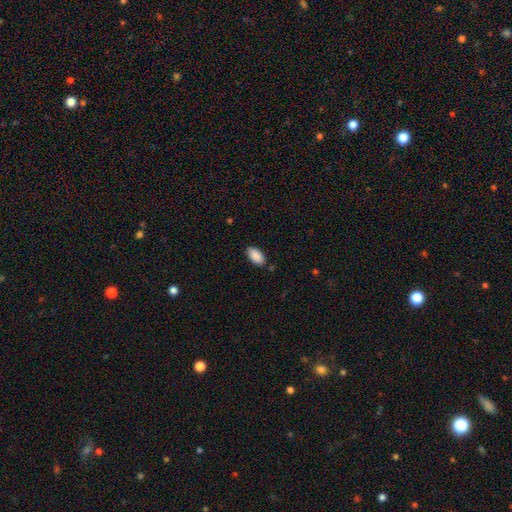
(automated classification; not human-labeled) This appears to be a smooth galaxy with no disk features (90%) that is in between round and cigar-shaped (95%). Merging: none (86%).